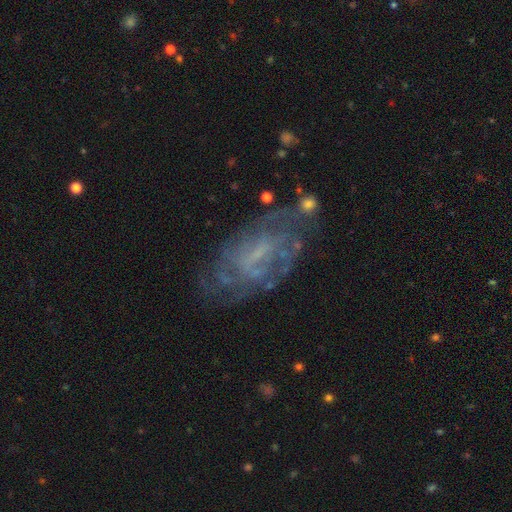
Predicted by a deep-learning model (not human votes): Morphology: type=featured or disk (72%); edge-on=no (94%); bar=weak (45%); spiral arms=yes (66%); bulge=none (42%); merging=none (59%).